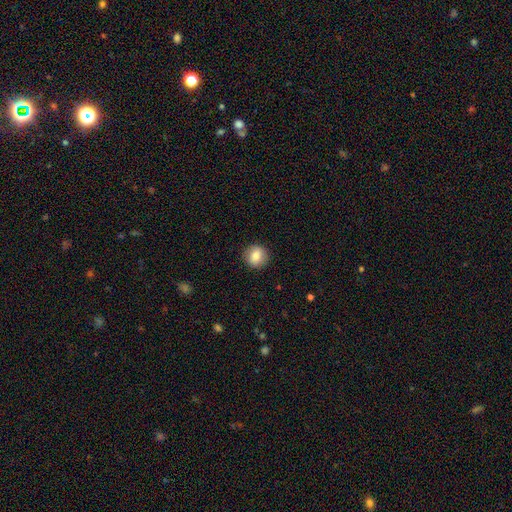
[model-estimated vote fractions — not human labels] smooth-or-featured: smooth: 78% | featured or disk: 13% | star or artifact: 9%
  how-rounded: round: 86% | in between: 13% | cigar-shaped: 1%
  merging: none: 88% | minor disturbance: 8% | major disturbance: 2% | merger: 1%